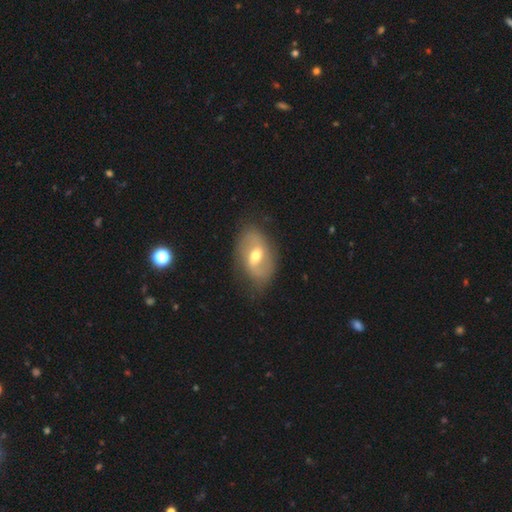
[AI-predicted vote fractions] A featured or disk galaxy (68%) with a weak bar (49%), spiral arms (72%) and a moderate central bulge (71%). Merging: none (75%).